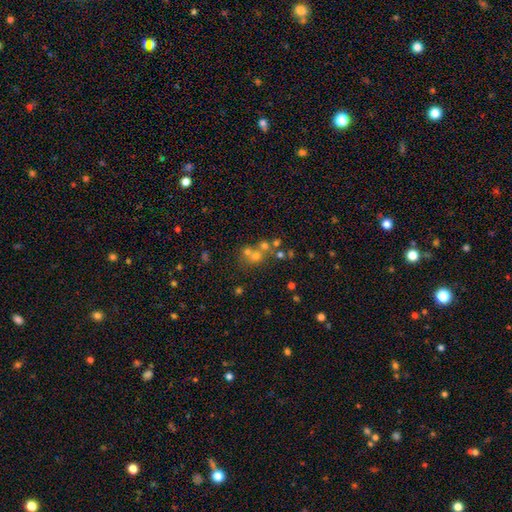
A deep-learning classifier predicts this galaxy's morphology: A smooth galaxy with no disk features (47%). Merging: merger (44%).